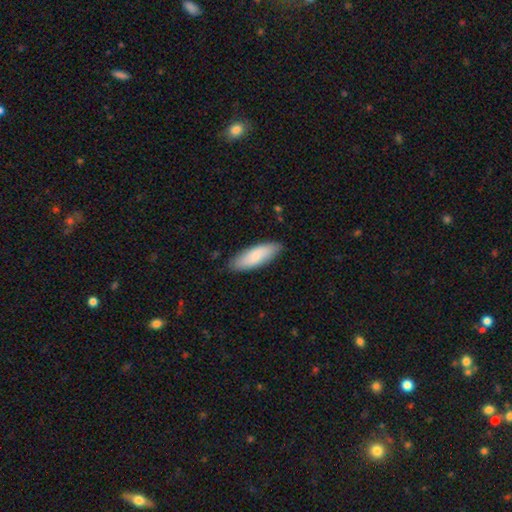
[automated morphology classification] Q: Smooth or featured?
A: smooth (79%); runner-up: featured or disk (16%)
Q: How rounded?
A: in between (64%); runner-up: cigar-shaped (35%)
Q: Merging?
A: none (86%); runner-up: minor disturbance (11%)